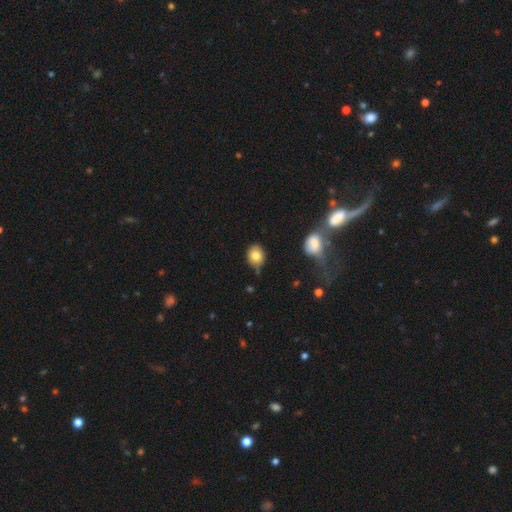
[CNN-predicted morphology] Smooth or featured? smooth (82%)
How rounded? round (61%)
Merging? none (60%)